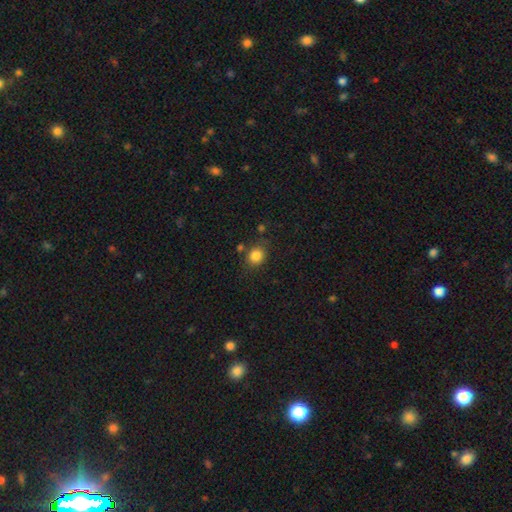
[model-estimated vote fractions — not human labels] Smooth or featured?
  - smooth: 84% *
  - star or artifact: 10%
  - featured or disk: 5%
How rounded?
  - round: 67% *
  - in between: 32%
  - cigar-shaped: 1%
Merging?
  - none: 76% *
  - minor disturbance: 14%
  - merger: 6%
  - major disturbance: 4%